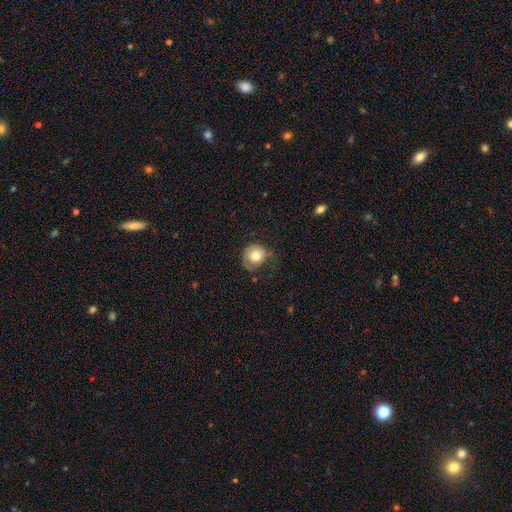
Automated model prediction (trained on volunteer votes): This is likely a smooth galaxy (73%). How rounded: likely round (79%). Merging: possibly none (48%).